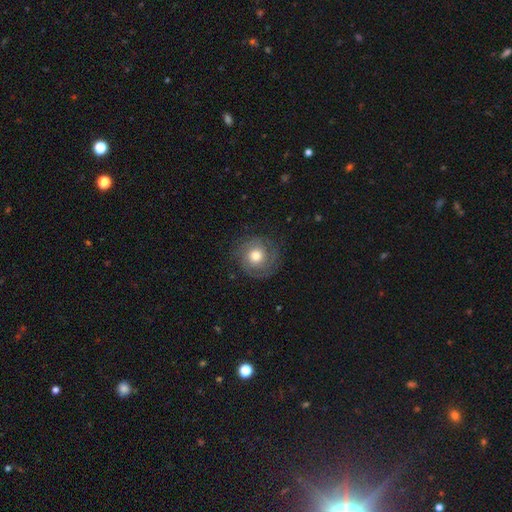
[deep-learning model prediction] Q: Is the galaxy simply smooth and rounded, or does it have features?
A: featured or disk — 62%.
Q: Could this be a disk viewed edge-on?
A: no — 98%.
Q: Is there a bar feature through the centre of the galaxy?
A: no — 81%.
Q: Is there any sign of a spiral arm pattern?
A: yes — 87%.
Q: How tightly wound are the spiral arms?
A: tight — 62%.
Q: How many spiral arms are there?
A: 2 — 50%.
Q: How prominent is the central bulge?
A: moderate — 63%.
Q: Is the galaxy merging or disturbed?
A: none — 78%.